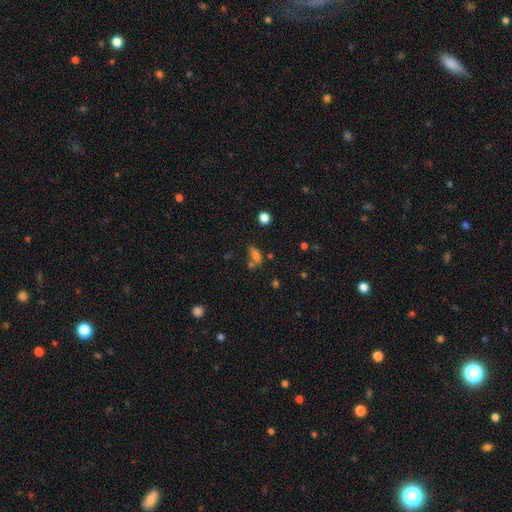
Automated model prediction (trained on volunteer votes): This appears to be a smooth galaxy with no disk features (73%) that is in between round and cigar-shaped (75%). Merging: none (48%).